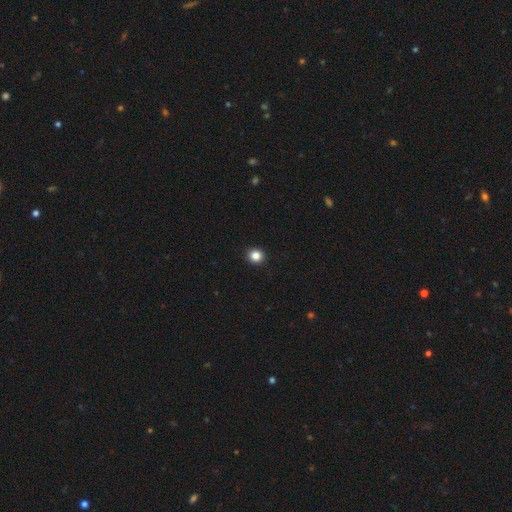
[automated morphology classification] This appears to be a smooth galaxy with no disk features (85%) that is round (91%). Merging: none (94%).